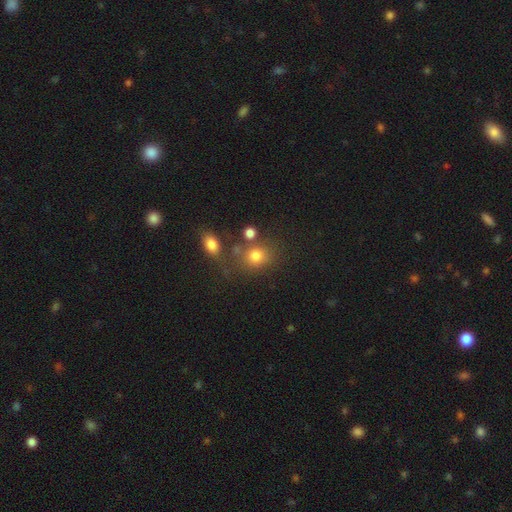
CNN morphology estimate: Smooth or featured?
  - smooth: 77% *
  - star or artifact: 14%
  - featured or disk: 9%
How rounded?
  - round: 67% *
  - in between: 32%
  - cigar-shaped: 1%
Merging?
  - none: 63% *
  - merger: 16%
  - minor disturbance: 14%
  - major disturbance: 7%